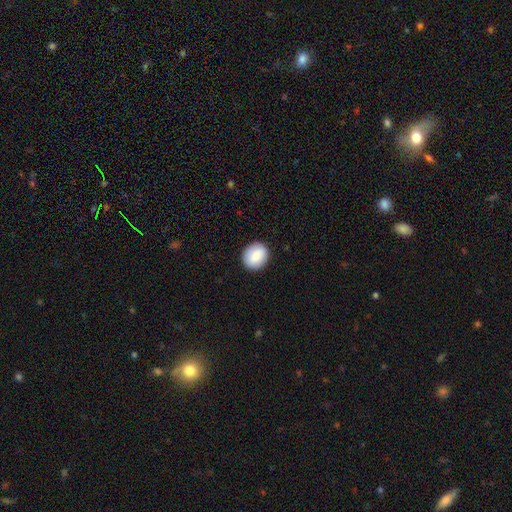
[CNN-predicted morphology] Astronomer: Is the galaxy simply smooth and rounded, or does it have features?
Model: smooth — 87%.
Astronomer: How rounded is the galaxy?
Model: round — 65%.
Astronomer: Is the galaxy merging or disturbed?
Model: none — 89%.